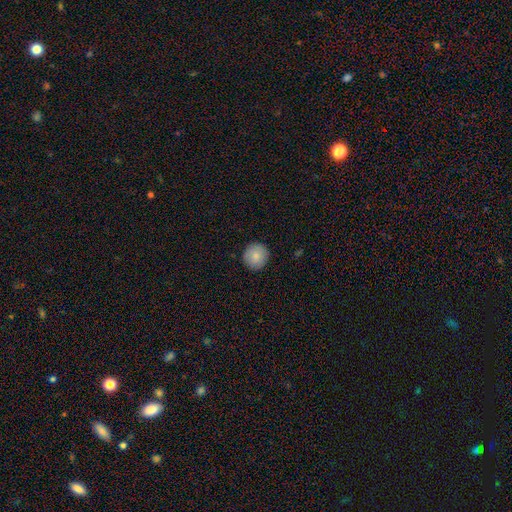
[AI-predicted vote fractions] A smooth galaxy with no disk features (84%) that is round (95%).

Vote fractions:
- Smooth or featured? smooth: 84% / featured or disk: 8% / star or artifact: 8%
- How rounded? round: 95% / in between: 4% / cigar-shaped: 1%
- Merging? none: 91% / minor disturbance: 6% / major disturbance: 2% / merger: 1%